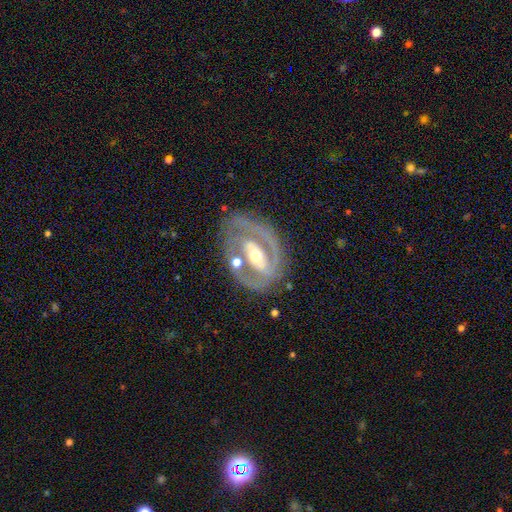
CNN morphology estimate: Smooth or featured?
  - featured or disk: 84% *
  - smooth: 9%
  - star or artifact: 6%
Edge-on disk?
  - no: 94% *
  - yes: 6%
Bar?
  - strong: 50% *
  - weak: 31%
  - no: 19%
Spiral arms?
  - yes: 76% *
  - no: 24%
Spiral winding?
  - tight: 53% *
  - medium: 36%
  - loose: 12%
Spiral arm count?
  - 2: 64% *
  - can't tell: 15%
  - 1: 13%
  - 3: 4%
  - 4: 2%
  - more than 4: 2%
Bulge size?
  - moderate: 59% *
  - small: 33%
  - large: 5%
  - none: 1%
  - dominant: 1%
Merging?
  - none: 66% *
  - minor disturbance: 17%
  - major disturbance: 10%
  - merger: 7%